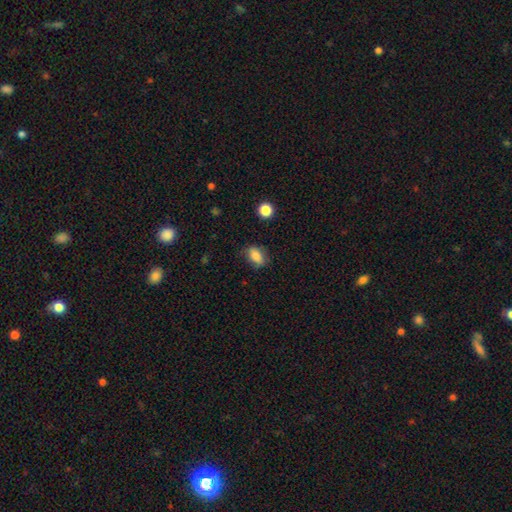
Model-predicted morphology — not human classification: smooth-or-featured: smooth: 83% | star or artifact: 9% | featured or disk: 8%
  how-rounded: in between: 83% | round: 13% | cigar-shaped: 4%
  merging: none: 74% | minor disturbance: 20% | major disturbance: 5% | merger: 2%